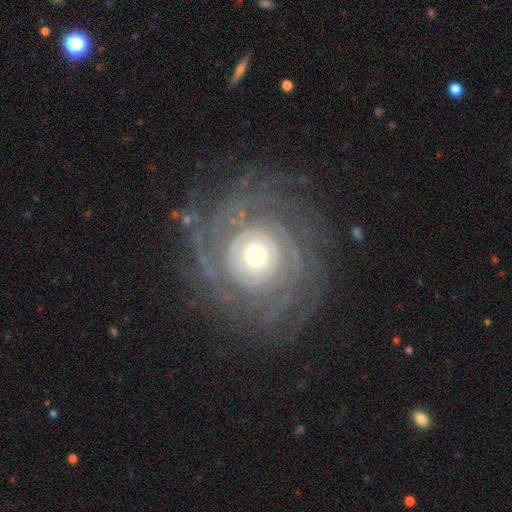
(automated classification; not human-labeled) This appears to be a featured or disk galaxy (86%) with no bar (80%), tight (83%) spiral arms (95%) and a moderate central bulge (61%). Merging: none (79%).